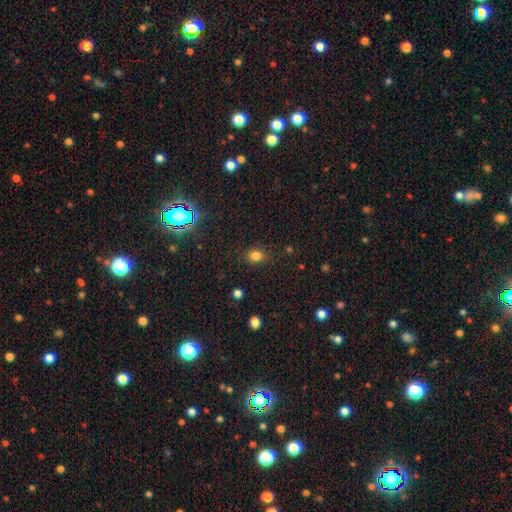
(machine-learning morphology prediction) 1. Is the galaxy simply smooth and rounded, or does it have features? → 80% smooth, 15% star or artifact, 5% featured or disk.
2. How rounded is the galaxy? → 61% in between, 38% round, 1% cigar-shaped.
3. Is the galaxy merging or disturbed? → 83% none, 12% minor disturbance, 4% major disturbance, 2% merger.